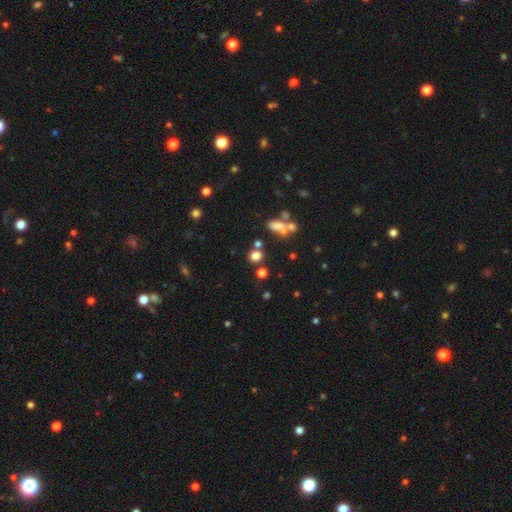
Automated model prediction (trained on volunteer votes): Smooth or featured?
  - smooth: 73% *
  - star or artifact: 18%
  - featured or disk: 9%
How rounded?
  - round: 78% *
  - in between: 20%
  - cigar-shaped: 2%
Merging?
  - none: 67% *
  - merger: 18%
  - minor disturbance: 10%
  - major disturbance: 5%